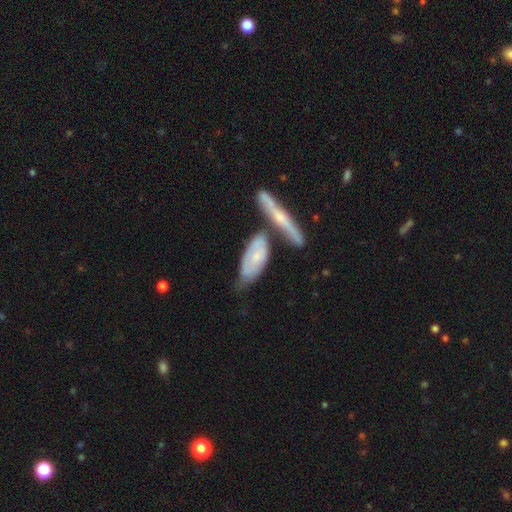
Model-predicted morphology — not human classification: Overall: featured or disk (51%; smooth 44%). Edge-on disk: no (63%; yes 37%). Merging: none (43%; merger 29%).